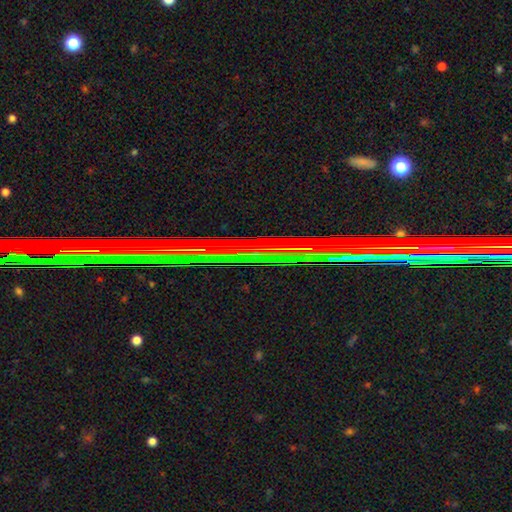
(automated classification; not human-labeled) Smooth or featured? Predicted: star or artifact (p=0.80).